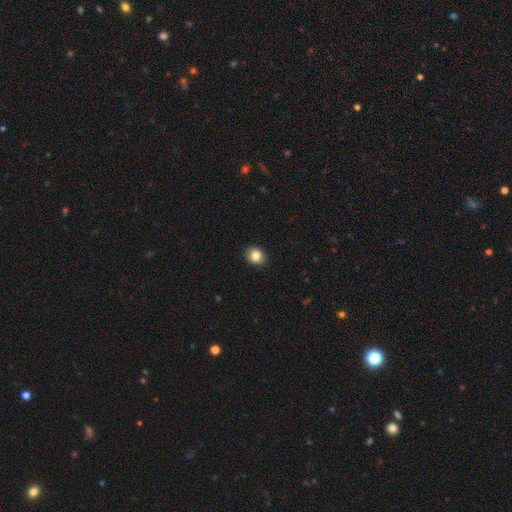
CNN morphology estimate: smooth_or_featured: smooth (p=0.85) [alt: star or artifact p=0.10]
how_rounded: round (p=0.67) [alt: in between p=0.32]
merging: none (p=0.90) [alt: minor disturbance p=0.07]